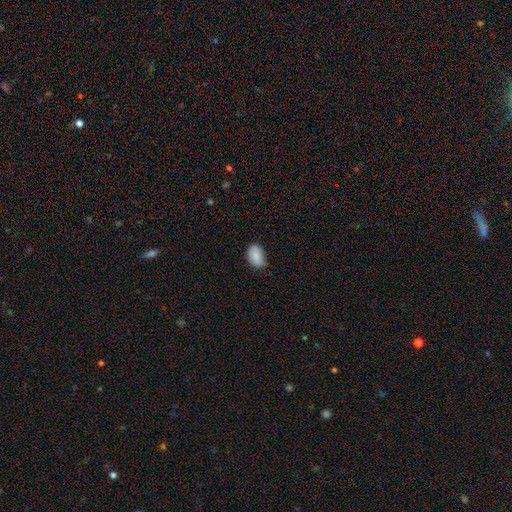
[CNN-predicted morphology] Q: Smooth or featured?
A: smooth (86%); runner-up: featured or disk (7%)
Q: How rounded?
A: in between (87%); runner-up: round (12%)
Q: Merging?
A: none (64%); runner-up: minor disturbance (30%)